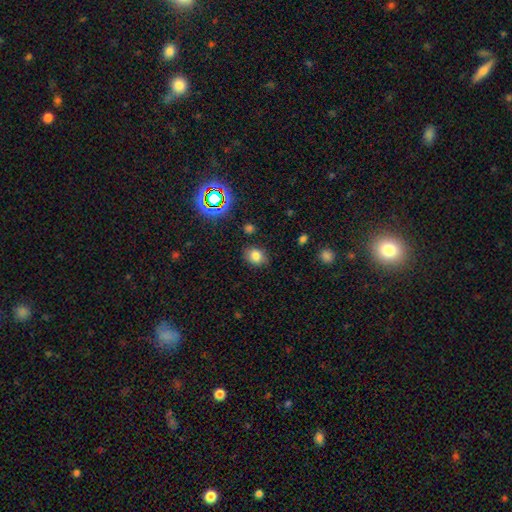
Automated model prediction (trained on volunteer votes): Smooth or featured: smooth — 78% (star or artifact — 14%)
How rounded: round — 50% (in between — 49%)
Merging: none — 81% (minor disturbance — 14%)